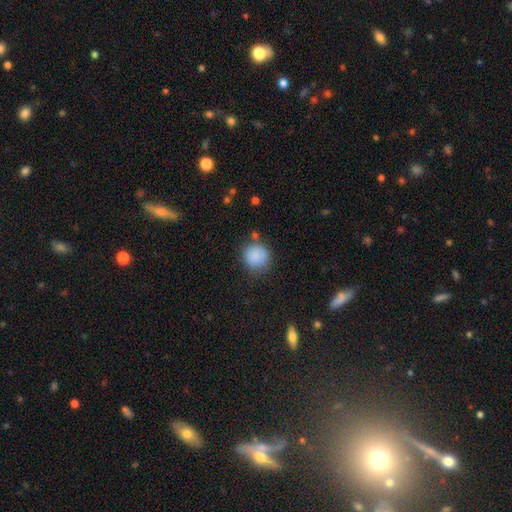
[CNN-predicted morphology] Smooth or featured?
  - smooth: 86% *
  - star or artifact: 9%
  - featured or disk: 5%
How rounded?
  - round: 87% *
  - in between: 12%
  - cigar-shaped: 1%
Merging?
  - none: 71% *
  - minor disturbance: 18%
  - major disturbance: 6%
  - merger: 5%